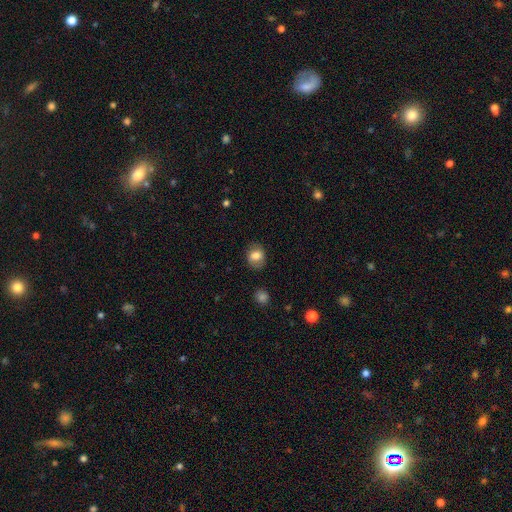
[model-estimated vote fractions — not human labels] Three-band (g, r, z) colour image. It shows a smooth galaxy with no disk features (77%) that is in between round and cigar-shaped (56%). Merging: none (78%).